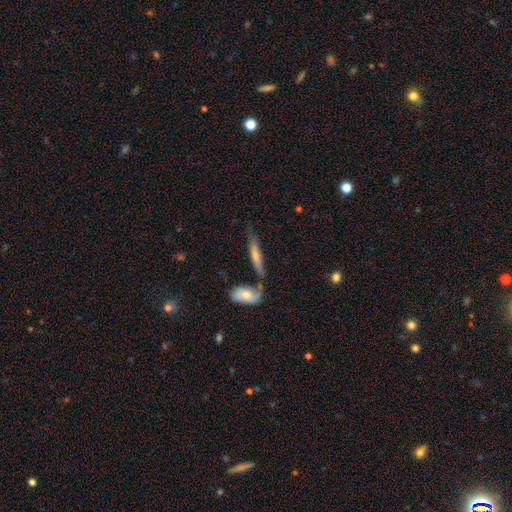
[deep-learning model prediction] smooth-or-featured: smooth: 61% | featured or disk: 33% | star or artifact: 6%
  how-rounded: cigar-shaped: 82% | in between: 16% | round: 2%
  merging: none: 54% | merger: 20% | minor disturbance: 19% | major disturbance: 7%